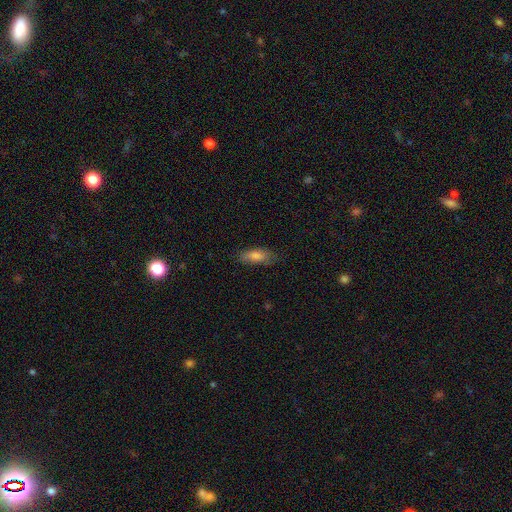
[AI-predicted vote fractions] Smooth or featured?
  - smooth: 81% *
  - featured or disk: 12%
  - star or artifact: 7%
How rounded?
  - in between: 72% *
  - cigar-shaped: 26%
  - round: 2%
Merging?
  - none: 77% *
  - minor disturbance: 18%
  - major disturbance: 4%
  - merger: 1%